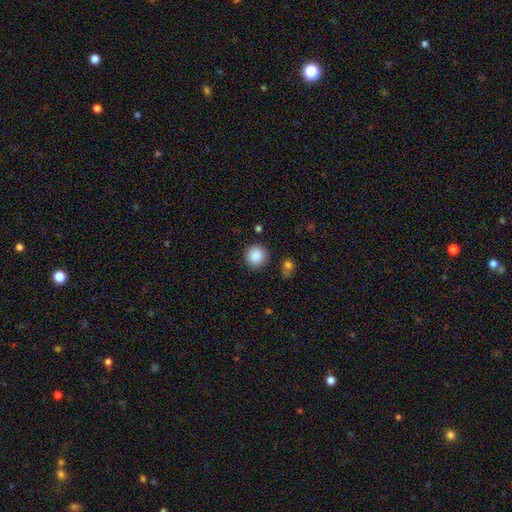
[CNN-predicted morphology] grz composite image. It shows a smooth galaxy with no disk features (87%) that is round (94%). Merging: none (88%).